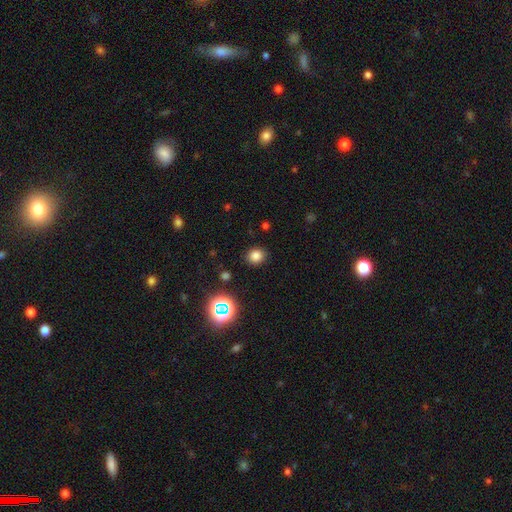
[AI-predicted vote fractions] smooth_or_featured: smooth (p=0.78) [alt: star or artifact p=0.17]
how_rounded: round (p=0.72) [alt: in between p=0.27]
merging: none (p=0.89) [alt: minor disturbance p=0.07]